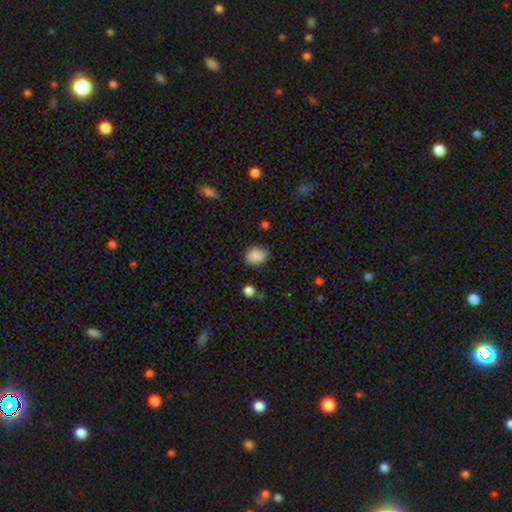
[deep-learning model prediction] smooth-or-featured: smooth: 87% | star or artifact: 8% | featured or disk: 5%
  how-rounded: round: 63% | in between: 36% | cigar-shaped: 1%
  merging: none: 80% | minor disturbance: 15% | major disturbance: 3% | merger: 2%